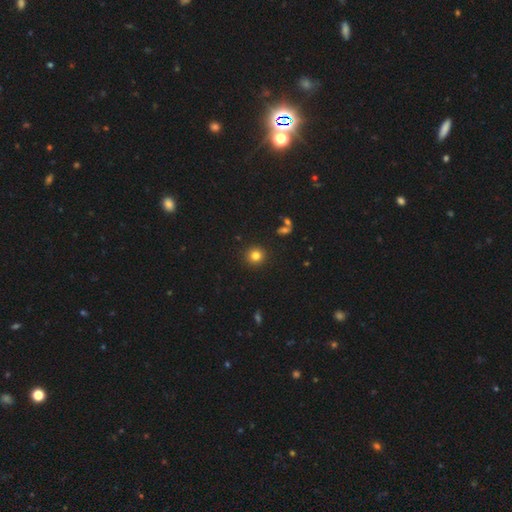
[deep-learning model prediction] Overall: smooth (81%). How rounded: round (94%). Merging: none (92%).